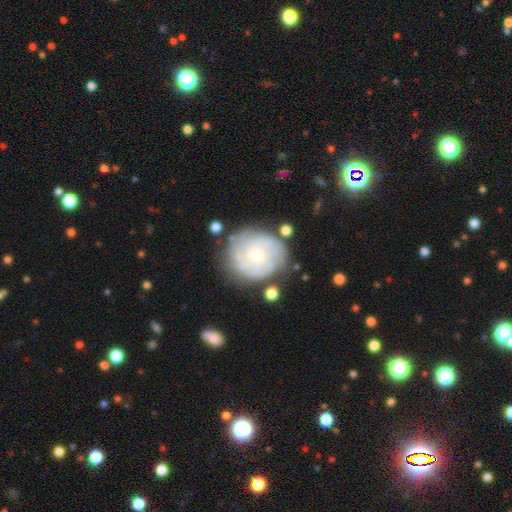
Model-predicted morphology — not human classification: Overall: featured or disk (75%). Edge-on disk: no (98%). Bar: no (75%). Spiral arms: yes (88%). Spiral arm count: can't tell (42%; 3 20%). Spiral winding: tight (67%). Bulge size: moderate (50%; small 46%). Merging: none (74%).